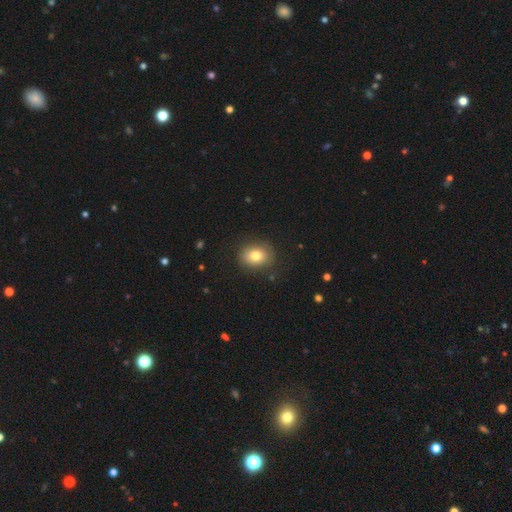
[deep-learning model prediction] Smooth or featured?
  - smooth: 78% *
  - featured or disk: 13%
  - star or artifact: 10%
How rounded?
  - in between: 50% * (tied)
  - round: 50% * (tied)
  - cigar-shaped: 1%
Merging?
  - none: 83% *
  - minor disturbance: 12%
  - major disturbance: 4%
  - merger: 1%